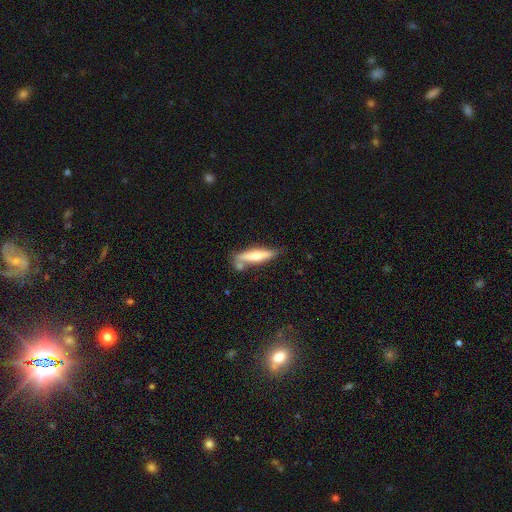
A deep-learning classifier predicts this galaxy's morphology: type=smooth (52%); roundness=cigar-shaped (77%); merging=none (58%).